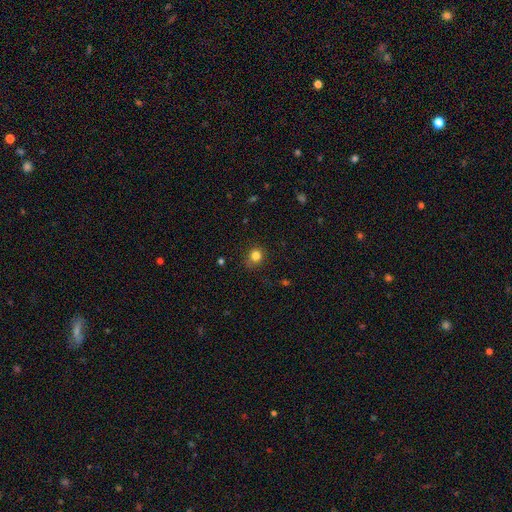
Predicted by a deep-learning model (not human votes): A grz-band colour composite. It shows a smooth galaxy with no disk features (82%) that is round (84%). Merging: none (81%).